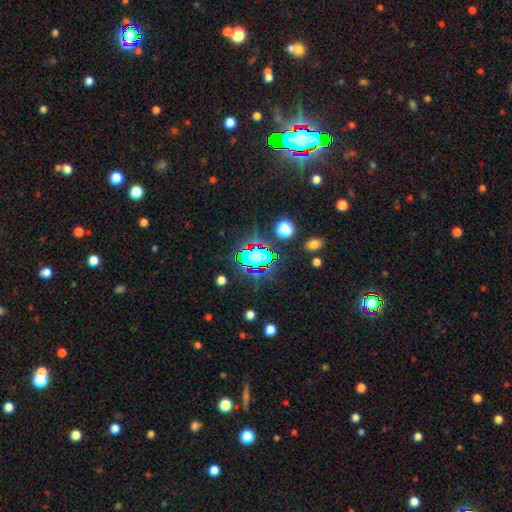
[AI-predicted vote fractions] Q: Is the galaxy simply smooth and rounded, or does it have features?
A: star or artifact — 57%.